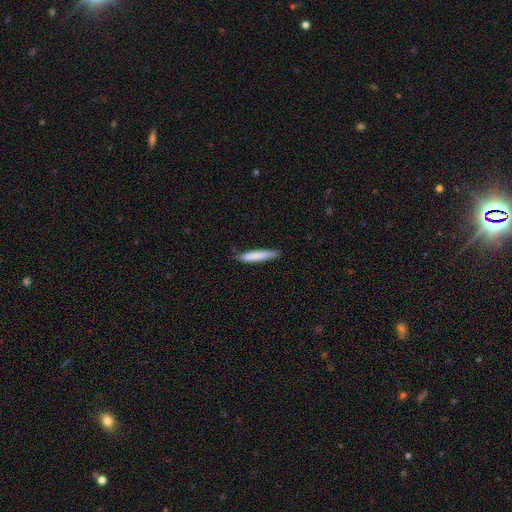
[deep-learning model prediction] smooth-or-featured: smooth: 79% | featured or disk: 16% | star or artifact: 5%
  how-rounded: cigar-shaped: 92% | in between: 7% | round: 1%
  merging: none: 82% | minor disturbance: 15% | major disturbance: 2% | merger: 1%